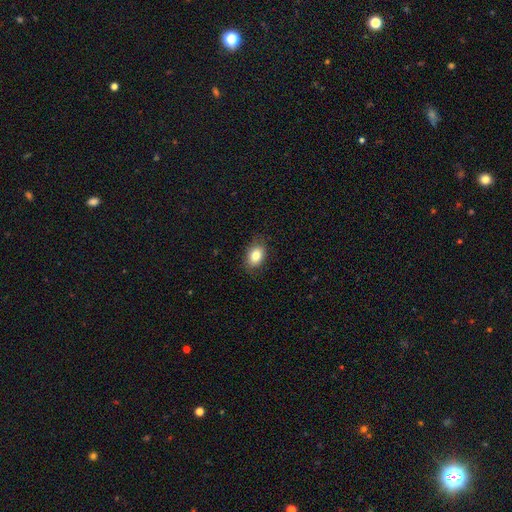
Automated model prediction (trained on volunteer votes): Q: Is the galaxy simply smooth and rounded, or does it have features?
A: smooth — 80%.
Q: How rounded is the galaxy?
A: in between — 79%.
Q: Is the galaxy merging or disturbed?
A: none — 83%.